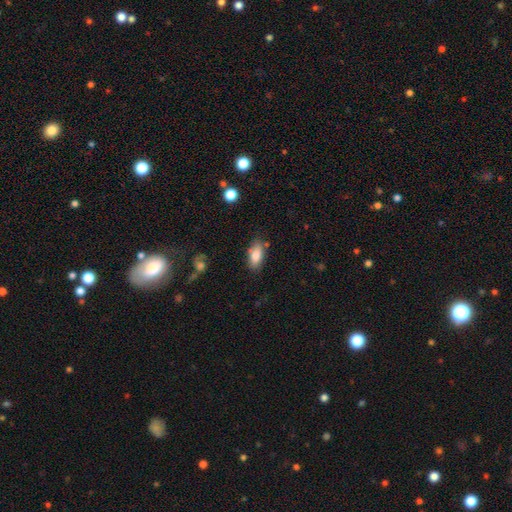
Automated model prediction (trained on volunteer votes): Smooth or featured? Predicted: smooth (p=0.82). How rounded? Predicted: in between (p=0.87). Merging? Predicted: none (p=0.77).